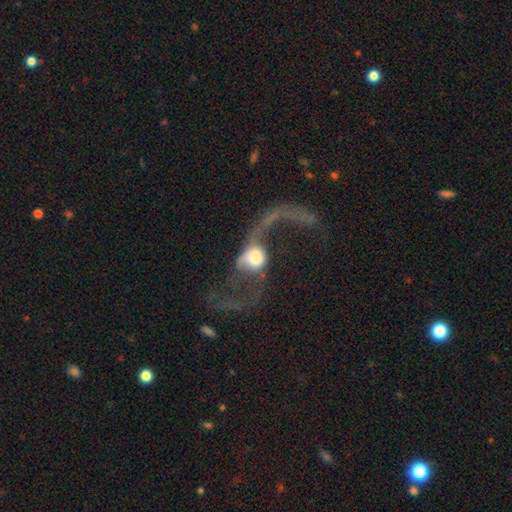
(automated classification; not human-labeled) Morphology: type=featured or disk (54%); edge-on=no (90%); merging=major disturbance (61%).